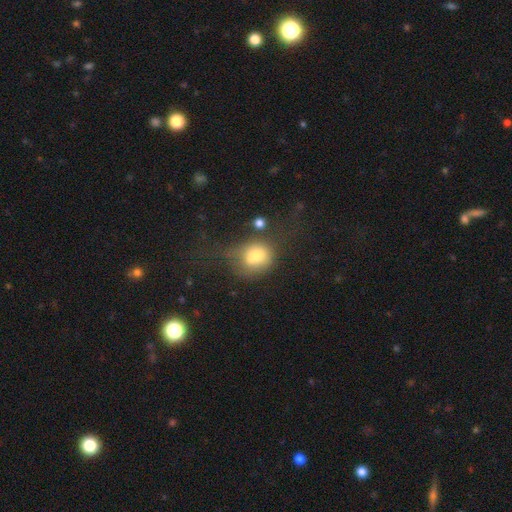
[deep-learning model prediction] A smooth galaxy with no disk features (68%) that is round (61%).

Vote fractions:
- Smooth or featured? smooth: 68% / featured or disk: 20% / star or artifact: 12%
- How rounded? round: 61% / in between: 37% / cigar-shaped: 1%
- Merging? merger: 37% / none: 28% / major disturbance: 18% / minor disturbance: 18%